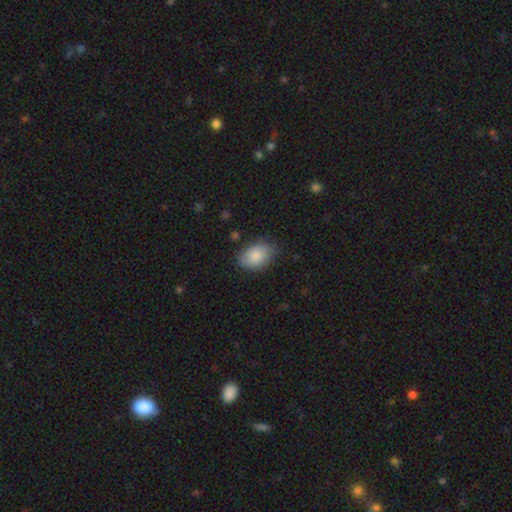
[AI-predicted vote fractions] Morphology: type=smooth (86%); roundness=in between (85%); merging=none (75%).